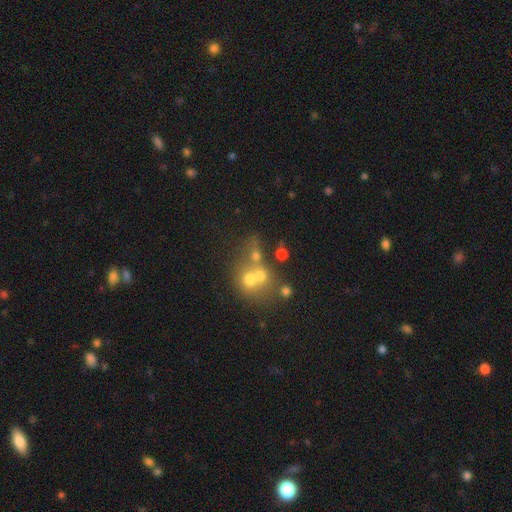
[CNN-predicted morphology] type=smooth (58%); roundness=round (69%); merging=merger (51%).